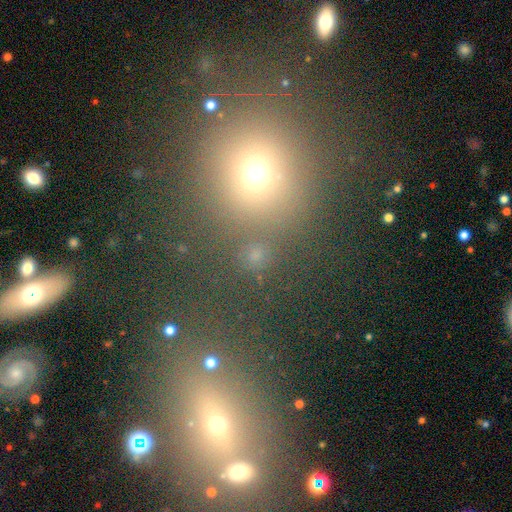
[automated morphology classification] This is possibly a smooth galaxy (57%). How rounded: clearly round (82%). Merging: likely none (73%).